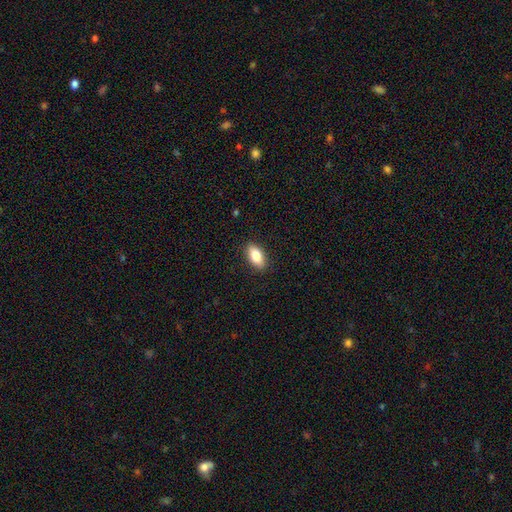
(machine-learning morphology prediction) This is clearly a smooth galaxy (84%). How rounded: clearly in between (90%). Merging: clearly none (89%).